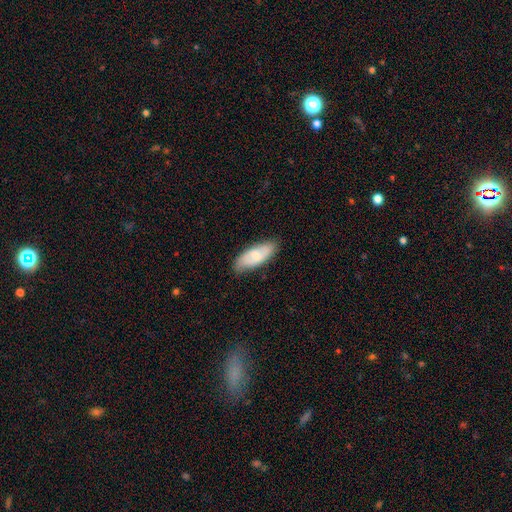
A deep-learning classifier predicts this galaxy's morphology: A smooth galaxy with no disk features (58%) that is in between round and cigar-shaped (81%).

Vote fractions:
- Smooth or featured? smooth: 58% / featured or disk: 36% / star or artifact: 6%
- How rounded? in between: 81% / cigar-shaped: 17% / round: 2%
- Merging? none: 80% / minor disturbance: 16% / major disturbance: 3% / merger: 1%